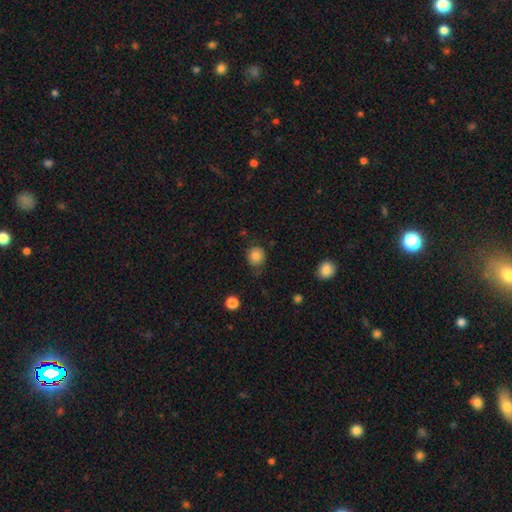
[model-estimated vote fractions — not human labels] Smooth or featured?
  - smooth: 83% *
  - star or artifact: 10%
  - featured or disk: 7%
How rounded?
  - round: 84% *
  - in between: 15%
  - cigar-shaped: 1%
Merging?
  - none: 73% *
  - minor disturbance: 20%
  - major disturbance: 5%
  - merger: 2%